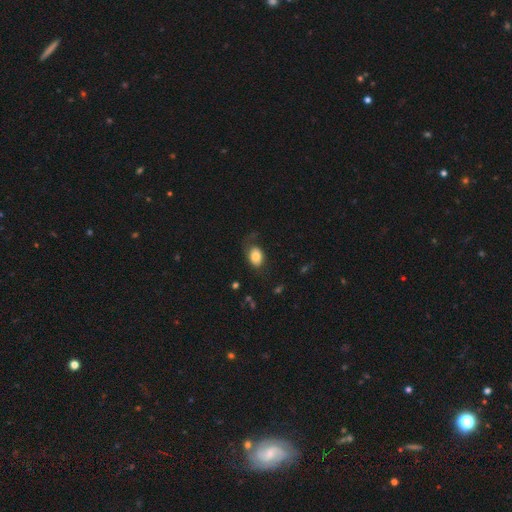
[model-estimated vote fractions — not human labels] Smooth or featured?
  - smooth: 75% *
  - featured or disk: 17%
  - star or artifact: 8%
How rounded?
  - in between: 76% *
  - round: 23%
  - cigar-shaped: 1%
Merging?
  - none: 54% *
  - minor disturbance: 22%
  - major disturbance: 22%
  - merger: 2%